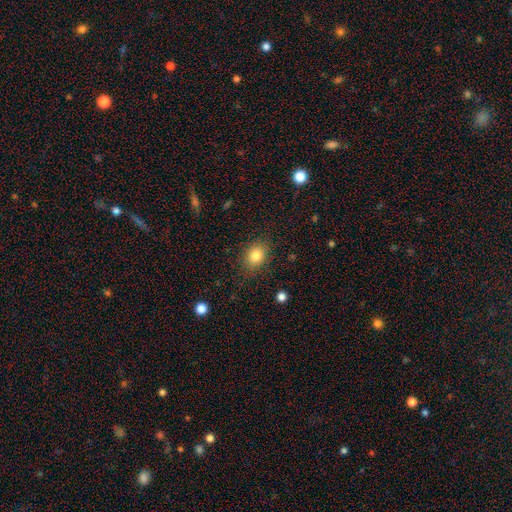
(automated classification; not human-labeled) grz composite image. It shows a smooth galaxy with no disk features (83%) that is in between round and cigar-shaped (61%). Merging: none (84%).